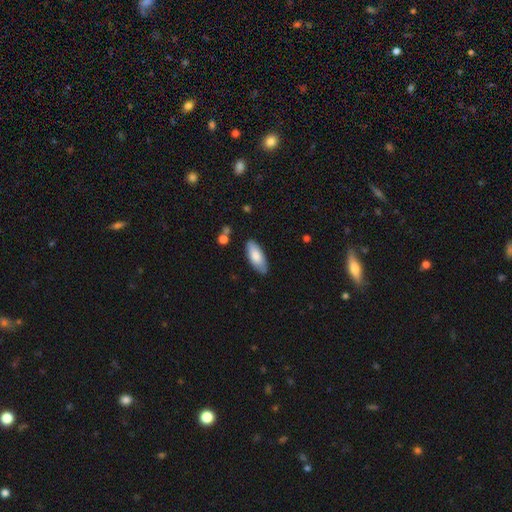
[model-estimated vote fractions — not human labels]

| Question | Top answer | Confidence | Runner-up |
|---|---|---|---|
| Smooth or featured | smooth | 80% | featured or disk (15%) |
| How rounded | in between | 79% | cigar-shaped (19%) |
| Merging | none | 83% | minor disturbance (13%) |